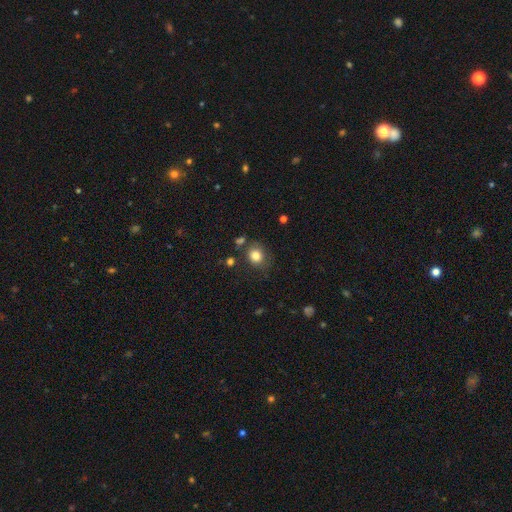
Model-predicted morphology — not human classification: The model was most divided on "how rounded": round: 69%, in between: 30%, cigar-shaped: 1%. More confident: smooth or featured — smooth (81%); merging — none (74%).